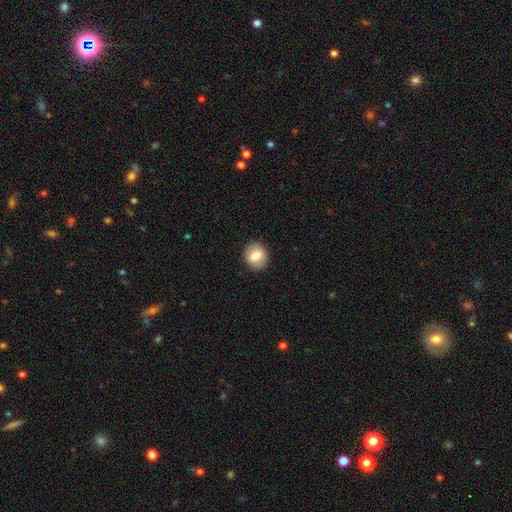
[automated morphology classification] Smooth or featured? Predicted: smooth (p=0.77). How rounded? Predicted: round (p=0.69). Merging? Predicted: none (p=0.87).